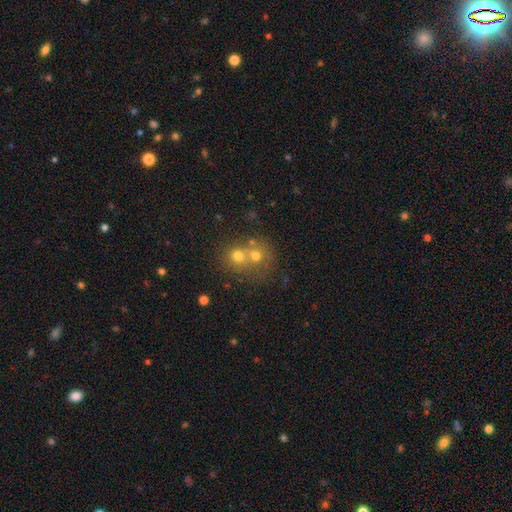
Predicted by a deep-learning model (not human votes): Overall: smooth (63%). How rounded: round (77%). Merging: merger (59%; none 32%).